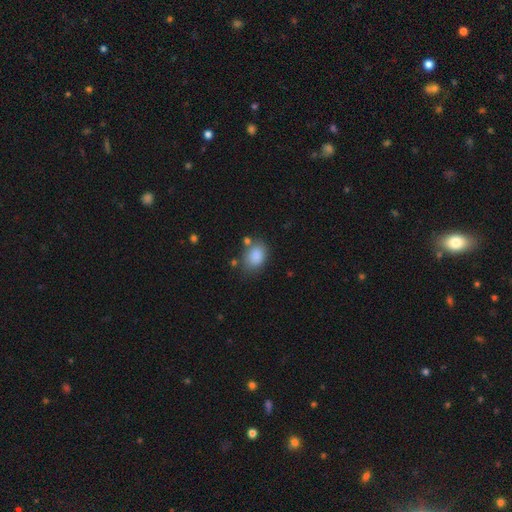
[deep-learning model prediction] Smooth or featured: smooth — 87% (star or artifact — 8%)
How rounded: in between — 70% (round — 29%)
Merging: none — 68% (minor disturbance — 18%)